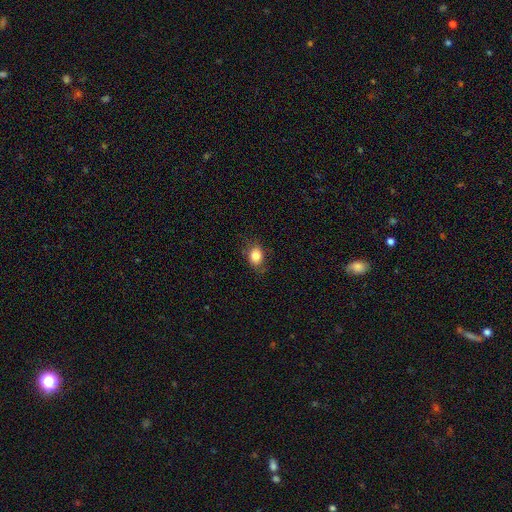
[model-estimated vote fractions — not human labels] Q: Smooth or featured?
A: smooth (82%); runner-up: star or artifact (9%)
Q: How rounded?
A: in between (63%); runner-up: round (36%)
Q: Merging?
A: none (72%); runner-up: minor disturbance (20%)